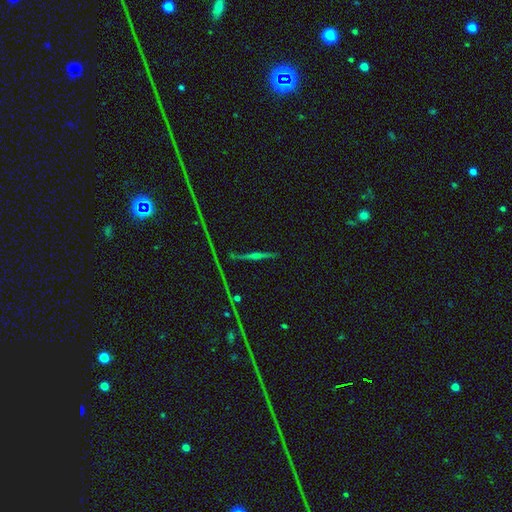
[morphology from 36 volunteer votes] Overall: featured or disk (83%). Edge-on disk: yes (100%). Edge-on bulge: rounded (67%). Merging: none (77%).